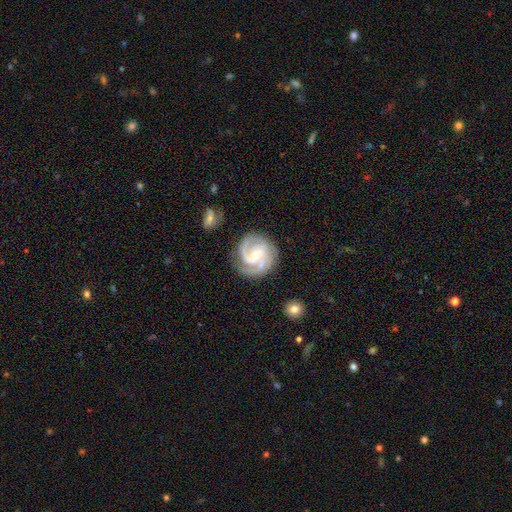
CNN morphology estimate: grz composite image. It shows a featured or disk galaxy (91%) with a weak bar (45%), 3 (51%) tight (51%) spiral arms (98%) and a small central bulge (62%). Merging: none (78%).